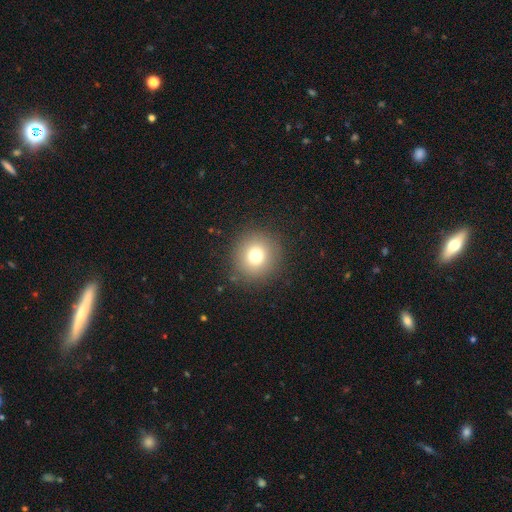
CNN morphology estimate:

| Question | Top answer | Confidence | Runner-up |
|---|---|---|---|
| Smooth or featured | smooth | 74% | star or artifact (14%) |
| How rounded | round | 93% | in between (6%) |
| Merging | none | 89% | minor disturbance (7%) |